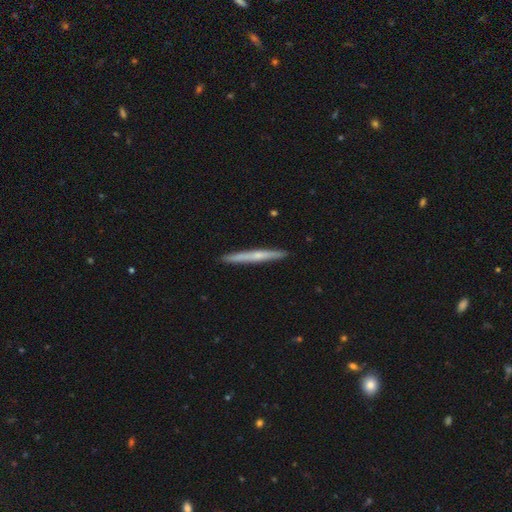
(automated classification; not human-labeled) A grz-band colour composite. It shows a featured or disk galaxy (52%) viewed edge-on (97%) with no central bulge (48%). Merging: none (92%).